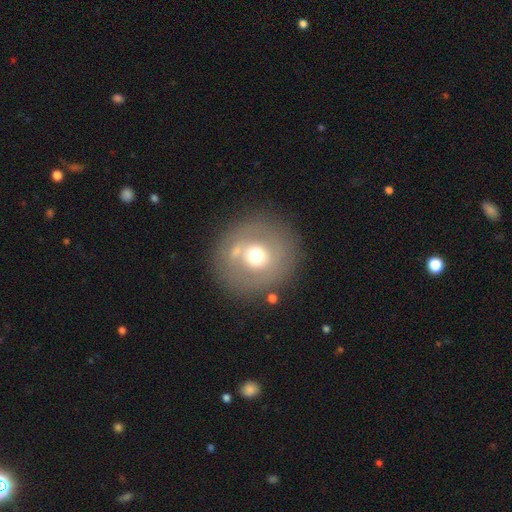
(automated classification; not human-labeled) Smooth or featured?
  - smooth: 56% *
  - featured or disk: 33%
  - star or artifact: 12%
How rounded?
  - round: 90% *
  - in between: 9%
  - cigar-shaped: 1%
Merging?
  - none: 79% *
  - minor disturbance: 10%
  - major disturbance: 6%
  - merger: 5%